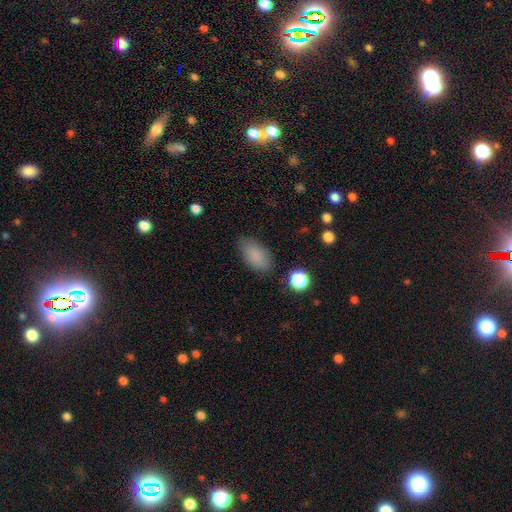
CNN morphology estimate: smooth_or_featured: smooth (p=0.85) [alt: star or artifact p=0.09]
how_rounded: in between (p=0.92) [alt: round p=0.05]
merging: none (p=0.81) [alt: minor disturbance p=0.13]